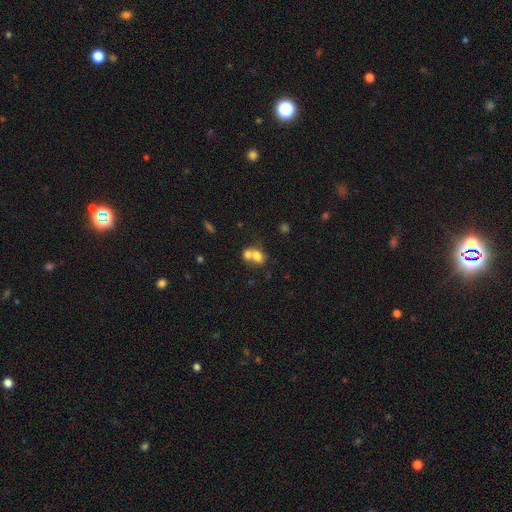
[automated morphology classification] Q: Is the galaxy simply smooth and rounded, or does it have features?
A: smooth — 72%.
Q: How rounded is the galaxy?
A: in between — 56%.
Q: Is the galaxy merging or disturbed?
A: merger — 68%.